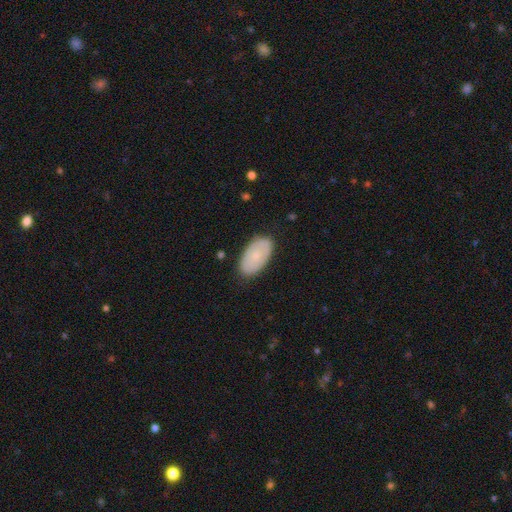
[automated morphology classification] This appears to be a smooth galaxy with no disk features (65%) that is in between round and cigar-shaped (94%). Merging: none (83%).